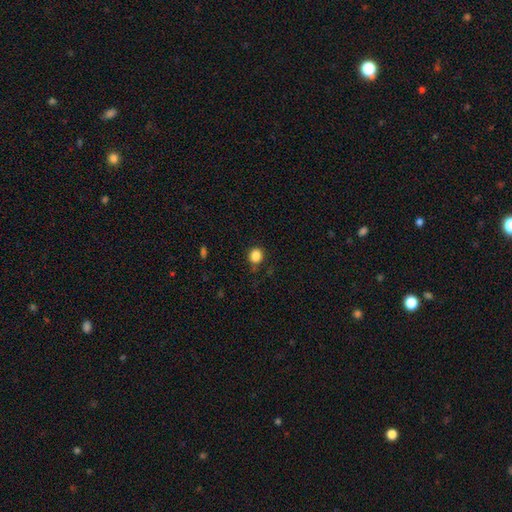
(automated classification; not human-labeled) smooth_or_featured: smooth (p=0.85) [alt: star or artifact p=0.11]
how_rounded: round (p=0.85) [alt: in between p=0.14]
merging: none (p=0.80) [alt: minor disturbance p=0.15]